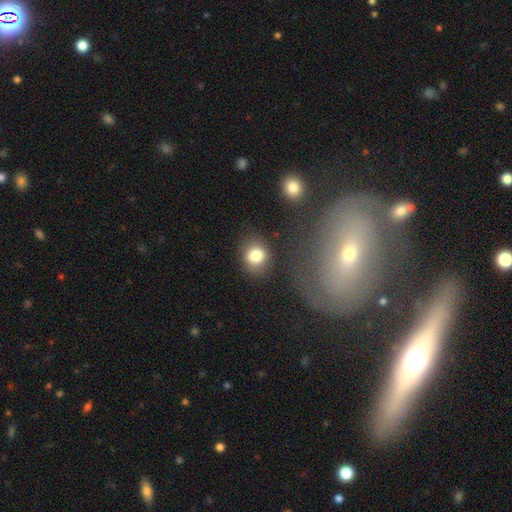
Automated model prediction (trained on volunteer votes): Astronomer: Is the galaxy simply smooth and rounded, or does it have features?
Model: smooth — 80%.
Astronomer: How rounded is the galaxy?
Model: round — 63%.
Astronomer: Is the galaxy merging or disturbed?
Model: none — 80%.